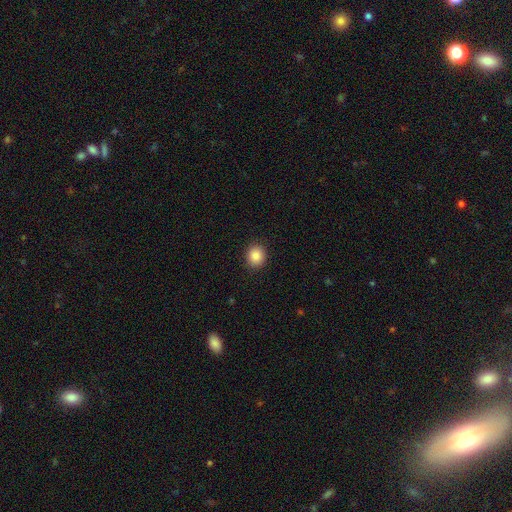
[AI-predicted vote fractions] This appears to be a smooth galaxy with no disk features (88%) that is round (77%). Merging: none (90%).